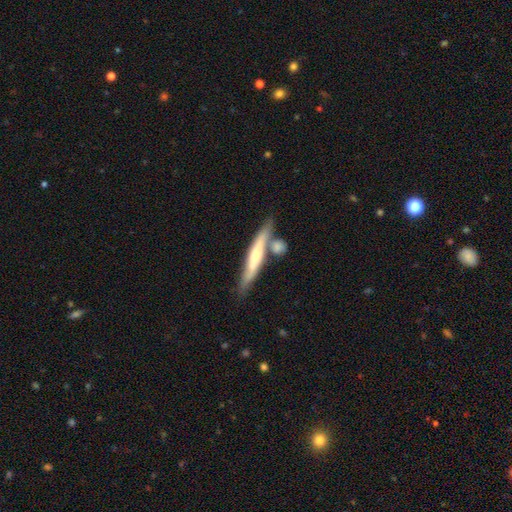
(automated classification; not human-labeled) The model was most divided on "smooth or featured": featured or disk: 52%, smooth: 42%, star or artifact: 5%. More confident: edge-on disk — yes (87%); merging — none (62%).